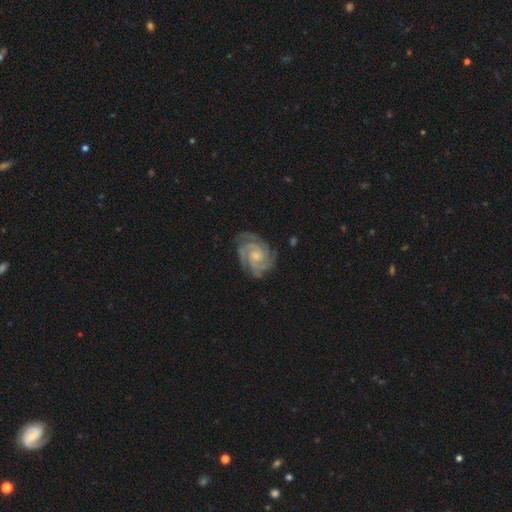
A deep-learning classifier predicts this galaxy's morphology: The model was most divided on "bulge size": small: 53%, moderate: 37%, none: 7%, large: 2%, dominant: 1%. Remaining: spiral arms — yes (98%); edge-on disk — no (98%); smooth or featured — featured or disk (90%); merging — none (75%); bar — no (70%); spiral winding — tight (69%); spiral arm count — 3 (39%).